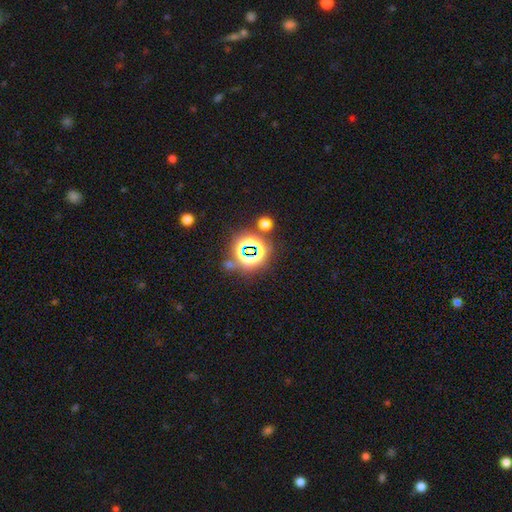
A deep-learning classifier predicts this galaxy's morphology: Overall: star or artifact (75%).